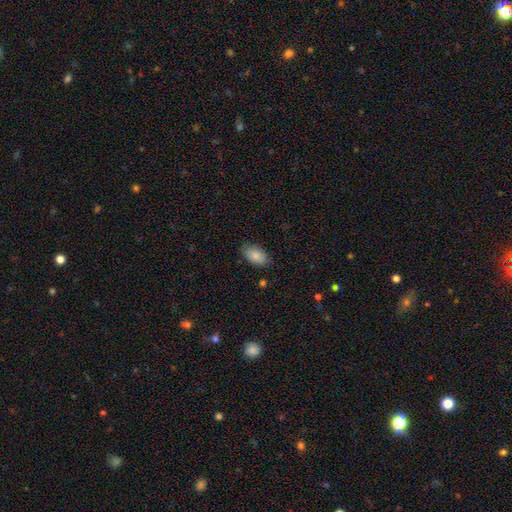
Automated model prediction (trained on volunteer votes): The model was most divided on "merging": none: 81%, minor disturbance: 15%, major disturbance: 3%, merger: 1%. More confident: how rounded — in between (94%); smooth or featured — smooth (86%).